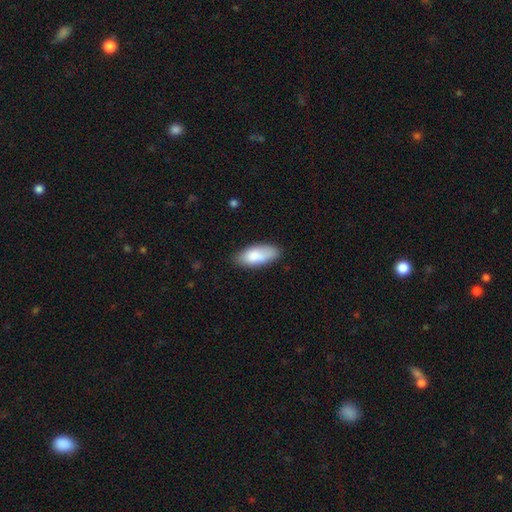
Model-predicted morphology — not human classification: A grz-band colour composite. It shows a smooth galaxy with no disk features (84%) that is in between round and cigar-shaped (83%). Merging: none (75%).